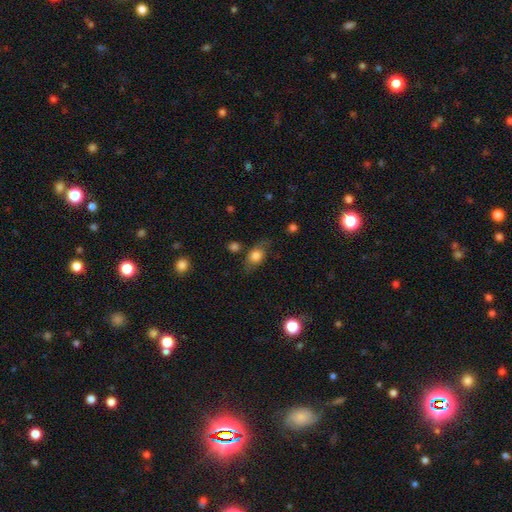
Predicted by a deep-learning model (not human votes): Smooth or featured? Predicted: smooth (p=0.71). How rounded? Predicted: in between (p=0.69). Merging? Predicted: none (p=0.69).